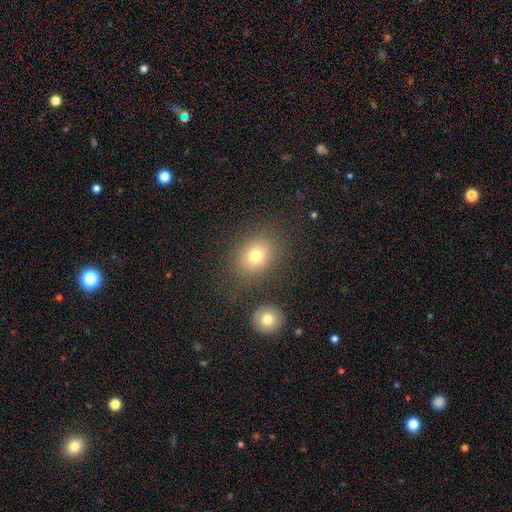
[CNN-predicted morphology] Smooth or featured? smooth (75%)
How rounded? round (52%)
Merging? none (77%)